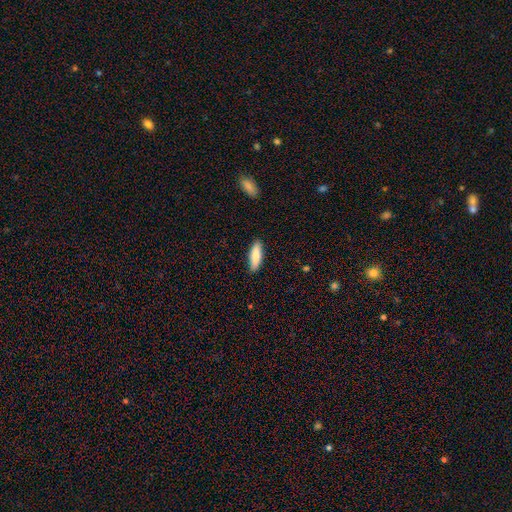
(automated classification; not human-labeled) A smooth galaxy with no disk features (81%) that is in between round and cigar-shaped (50%).

Vote fractions:
- Smooth or featured? smooth: 81% / featured or disk: 13% / star or artifact: 6%
- How rounded? in between: 50% / cigar-shaped: 49% / round: 2%
- Merging? none: 87% / minor disturbance: 10% / major disturbance: 2% / merger: 1%